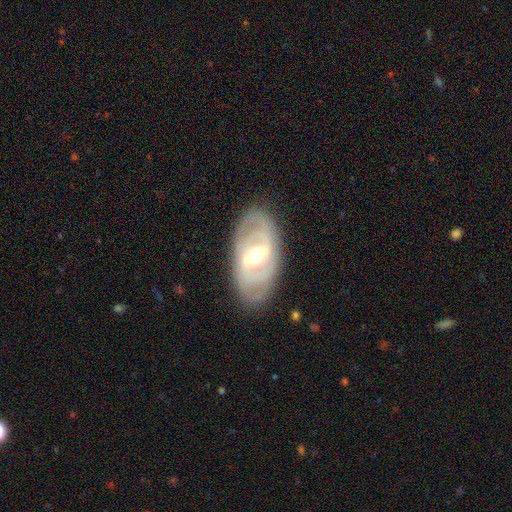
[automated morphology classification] Overall: featured or disk (78%). Edge-on disk: no (92%). Bar: weak (43%; strong 39%). Spiral arms: yes (69%; no 31%). Bulge size: moderate (72%). Merging: none (82%).